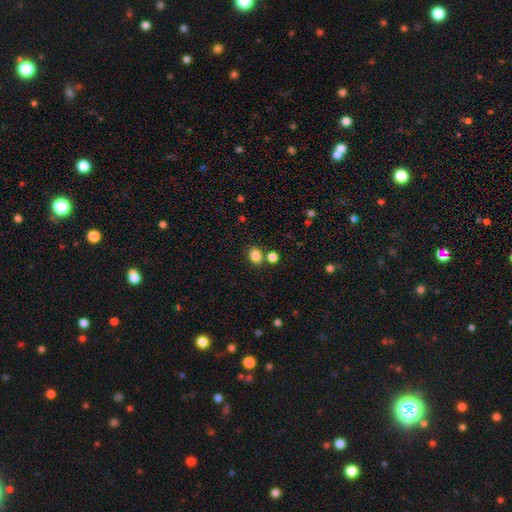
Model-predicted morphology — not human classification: This appears to be a smooth galaxy with no disk features (85%) that is round (53%). Merging: none (71%).